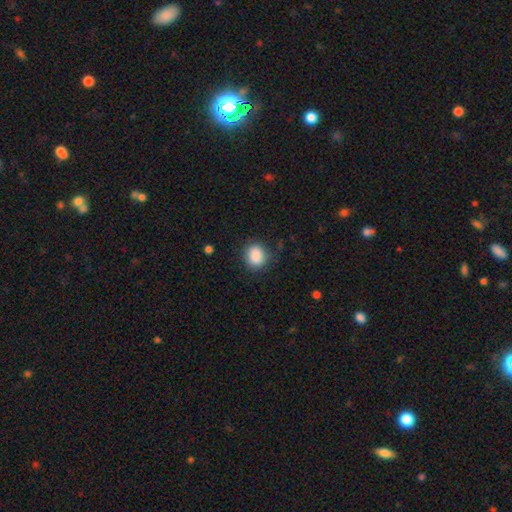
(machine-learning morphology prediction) Overall: smooth (87%). How rounded: round (70%). Merging: none (81%).